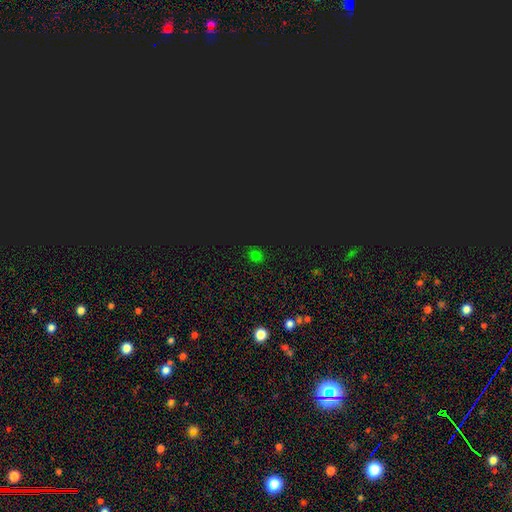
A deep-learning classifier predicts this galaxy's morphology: Smooth or featured: smooth — 60% (star or artifact — 35%)
How rounded: round — 80% (in between — 19%)
Merging: none — 87% (minor disturbance — 9%)